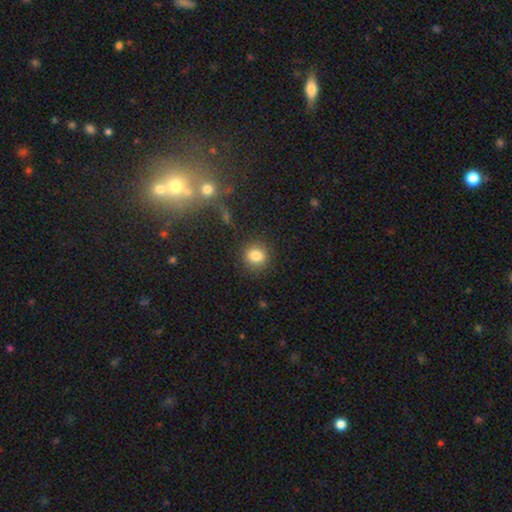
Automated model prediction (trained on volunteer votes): A smooth galaxy with no disk features (83%) that is round (85%).

Vote fractions:
- Smooth or featured? smooth: 83% / star or artifact: 11% / featured or disk: 6%
- How rounded? round: 85% / in between: 14% / cigar-shaped: 1%
- Merging? none: 87% / minor disturbance: 8% / major disturbance: 3% / merger: 2%